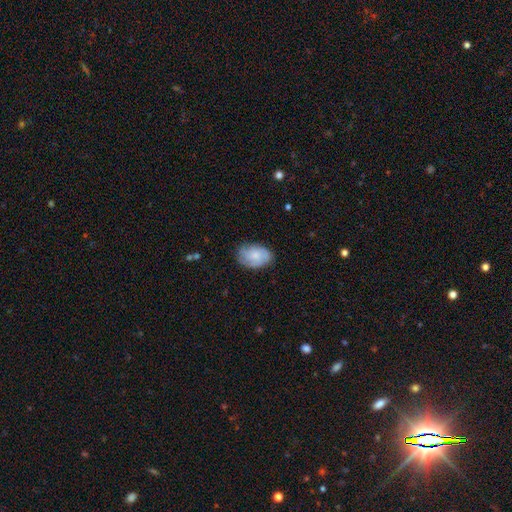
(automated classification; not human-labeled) A smooth galaxy with no disk features (50%).

Vote fractions:
- Smooth or featured? smooth: 50% / featured or disk: 43% / star or artifact: 7%
- Merging? none: 72% / minor disturbance: 21% / major disturbance: 6% / merger: 1%